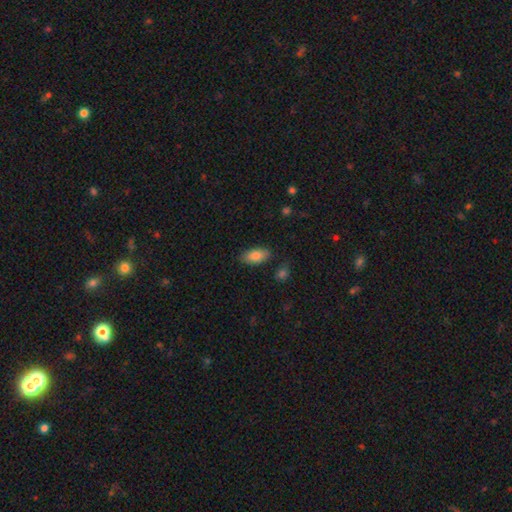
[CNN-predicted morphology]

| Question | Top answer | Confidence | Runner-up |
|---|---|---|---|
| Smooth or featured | smooth | 83% | featured or disk (10%) |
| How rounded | in between | 91% | cigar-shaped (6%) |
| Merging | none | 82% | minor disturbance (13%) |